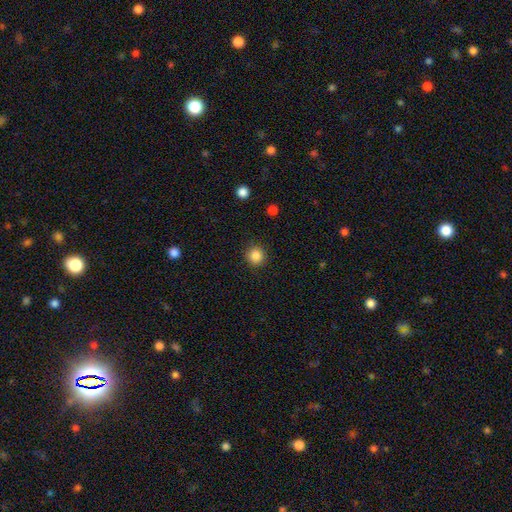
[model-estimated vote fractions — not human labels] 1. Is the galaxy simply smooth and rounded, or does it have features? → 85% smooth, 10% star or artifact, 4% featured or disk.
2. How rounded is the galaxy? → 93% round, 6% in between, 1% cigar-shaped.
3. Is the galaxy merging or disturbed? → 91% none, 6% minor disturbance, 2% major disturbance, 1% merger.